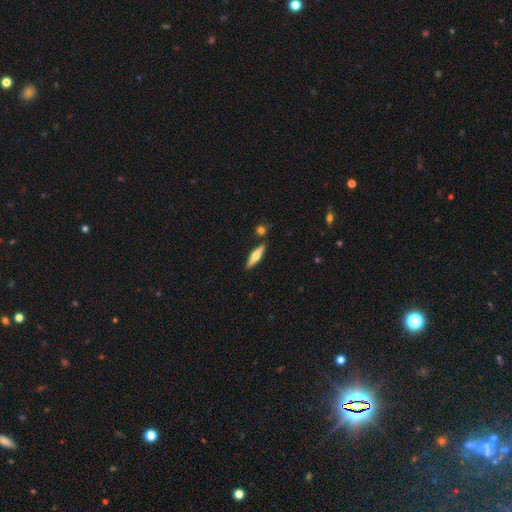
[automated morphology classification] A smooth galaxy with no disk features (48%). Merging: none (85%).